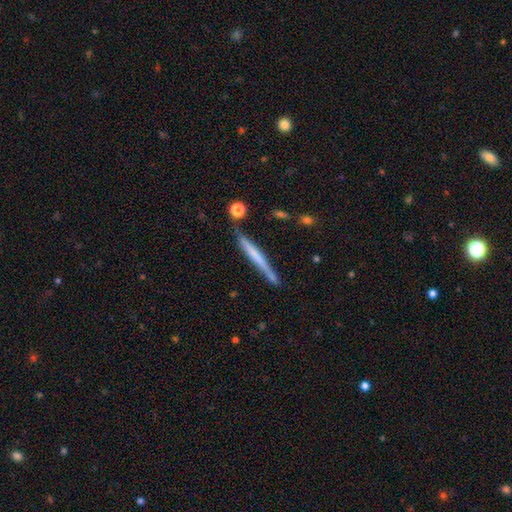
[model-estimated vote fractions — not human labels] Morphology: type=smooth (49%); merging=none (77%).